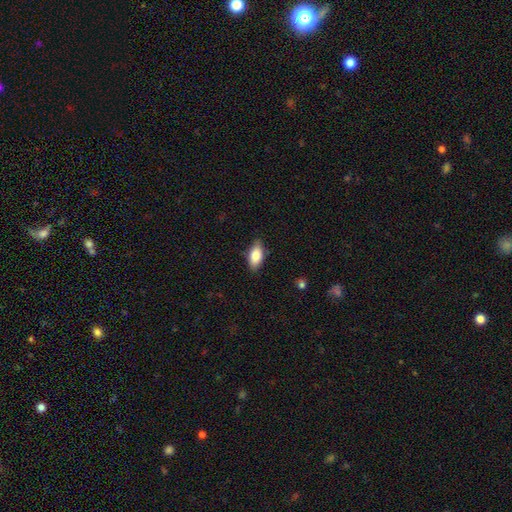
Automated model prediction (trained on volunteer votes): Smooth or featured? Predicted: smooth (p=0.81). How rounded? Predicted: in between (p=0.89). Merging? Predicted: none (p=0.83).